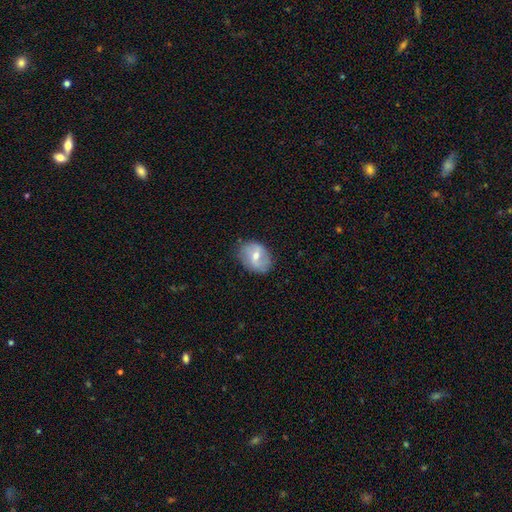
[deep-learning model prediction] Smooth or featured? featured or disk (54%)
Edge-on disk? no (95%)
Bar? weak (50%)
Spiral arms? yes (65%)
Bulge size? moderate (59%)
Merging? none (77%)